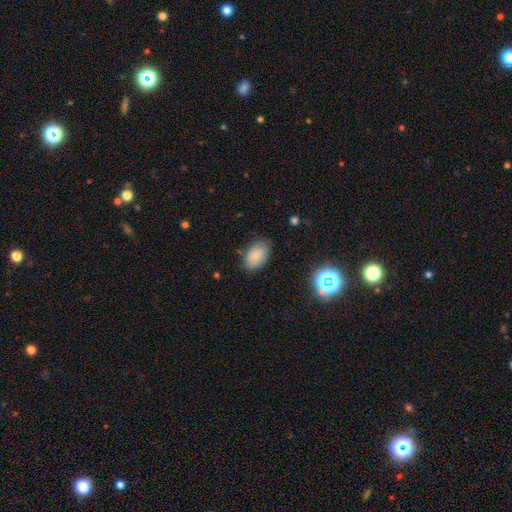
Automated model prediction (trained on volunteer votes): Smooth or featured?
  - smooth: 83% *
  - star or artifact: 10%
  - featured or disk: 8%
How rounded?
  - in between: 90% *
  - round: 9%
  - cigar-shaped: 1%
Merging?
  - none: 76% *
  - minor disturbance: 18%
  - major disturbance: 4%
  - merger: 2%